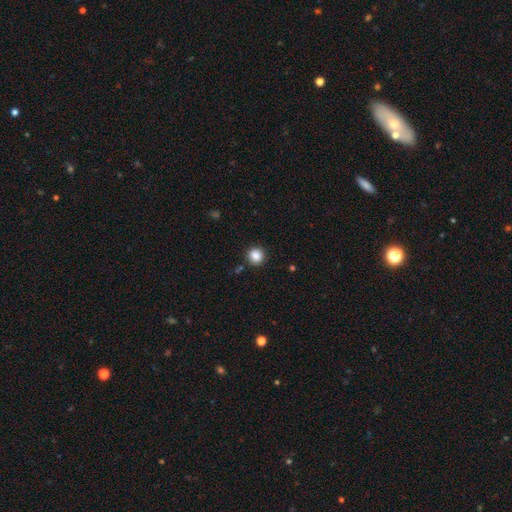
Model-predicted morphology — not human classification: Smooth or featured? Predicted: smooth (p=0.86). How rounded? Predicted: round (p=0.89). Merging? Predicted: none (p=0.88).